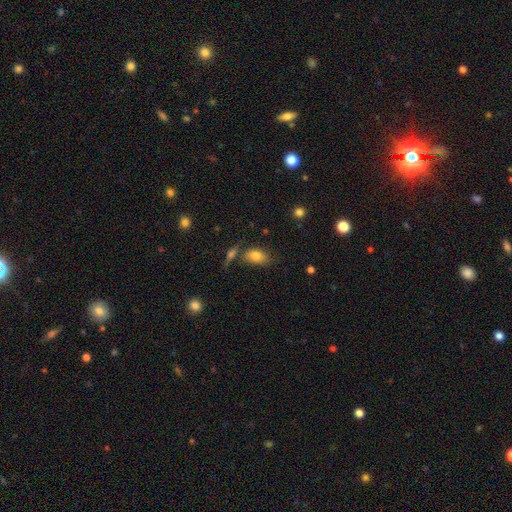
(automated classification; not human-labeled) Smooth or featured?
  - smooth: 80% *
  - featured or disk: 11%
  - star or artifact: 9%
How rounded?
  - in between: 86% *
  - round: 12%
  - cigar-shaped: 2%
Merging?
  - none: 60% *
  - minor disturbance: 19%
  - merger: 14%
  - major disturbance: 7%